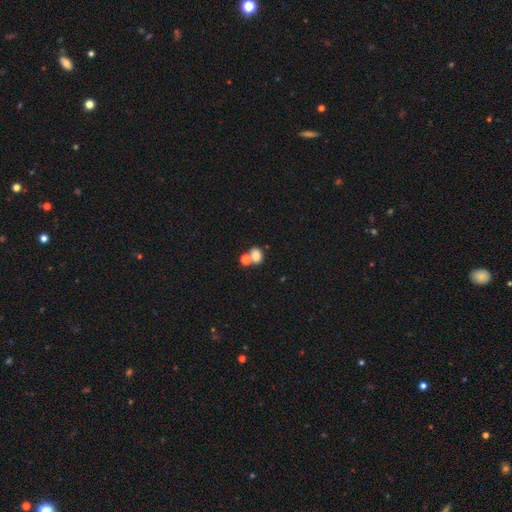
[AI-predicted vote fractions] Smooth or featured?
  - smooth: 80% *
  - star or artifact: 12%
  - featured or disk: 8%
How rounded?
  - in between: 60% *
  - round: 39%
  - cigar-shaped: 1%
Merging?
  - merger: 43% *
  - none: 42%
  - minor disturbance: 10%
  - major disturbance: 5%